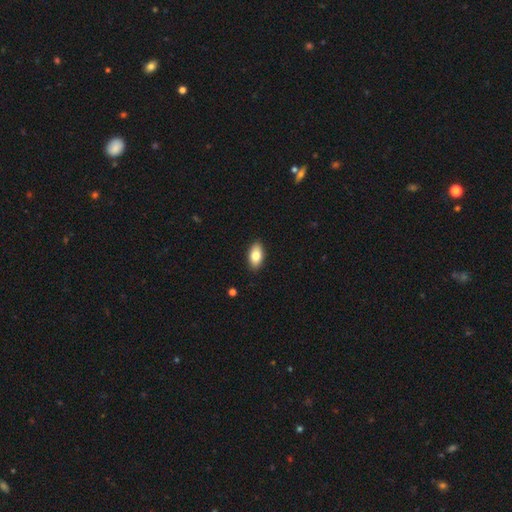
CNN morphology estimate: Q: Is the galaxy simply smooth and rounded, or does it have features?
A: smooth — 81%.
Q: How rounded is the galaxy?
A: in between — 92%.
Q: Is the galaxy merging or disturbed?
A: none — 89%.